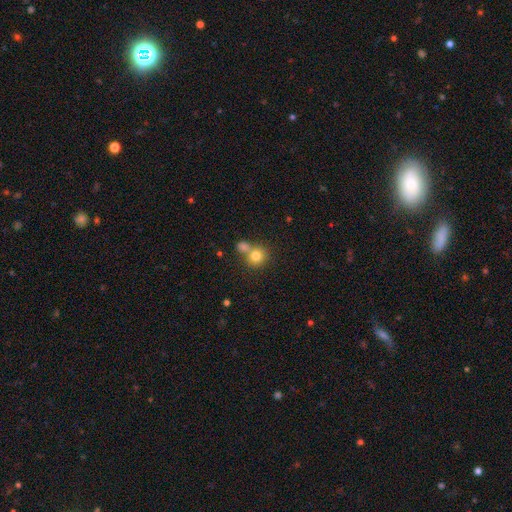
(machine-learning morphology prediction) Overall: smooth (79%). How rounded: round (86%). Merging: none (51%; merger 38%).